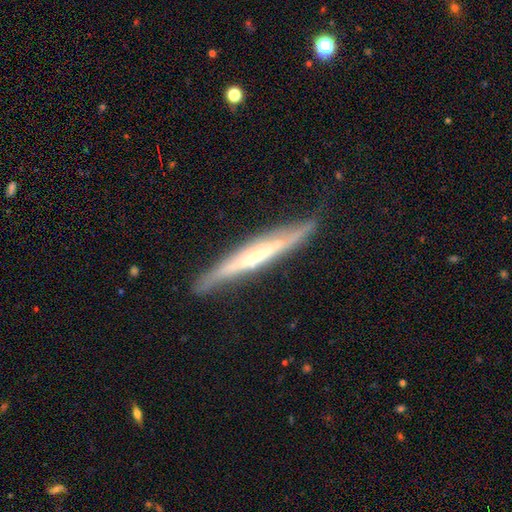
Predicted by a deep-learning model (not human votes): Smooth or featured? Predicted: featured or disk (p=0.70). Edge-on disk? Predicted: yes (p=0.89). Edge-on bulge? Predicted: none (p=0.47). Merging? Predicted: none (p=0.78).